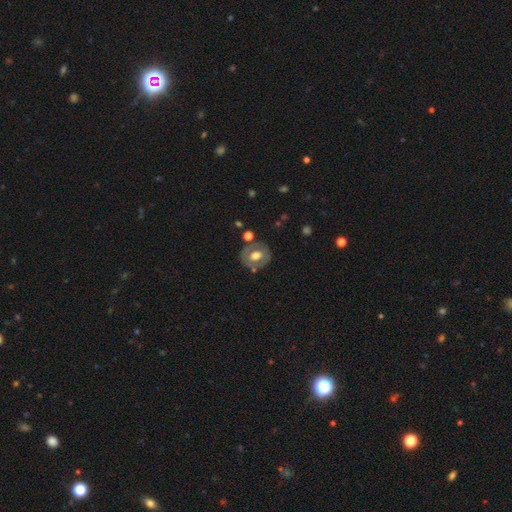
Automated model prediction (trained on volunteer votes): smooth_or_featured: smooth (p=0.48) [alt: featured or disk p=0.45]
merging: none (p=0.73) [alt: minor disturbance p=0.15]